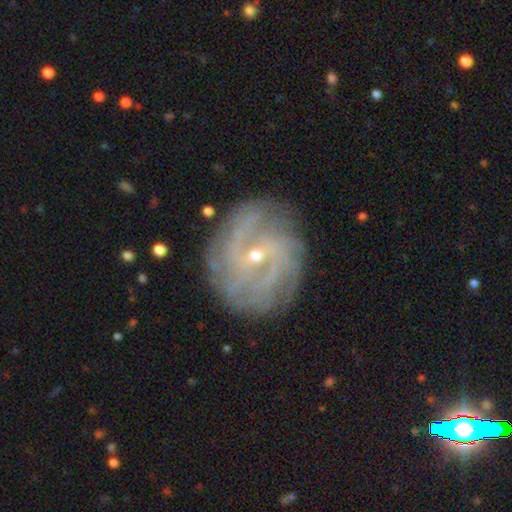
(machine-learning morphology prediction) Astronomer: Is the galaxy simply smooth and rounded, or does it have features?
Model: featured or disk — 85%.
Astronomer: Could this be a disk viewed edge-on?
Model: no — 96%.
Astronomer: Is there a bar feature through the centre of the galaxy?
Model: weak — 46% (runner-up: no, 34%).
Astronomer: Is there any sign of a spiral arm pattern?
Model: yes — 94%.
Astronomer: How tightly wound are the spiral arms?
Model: tight — 54% (runner-up: medium, 33%).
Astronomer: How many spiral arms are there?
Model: can't tell — 32% (runner-up: 2, 19%).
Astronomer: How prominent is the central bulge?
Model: small — 76%.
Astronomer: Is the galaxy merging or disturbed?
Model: none — 78%.